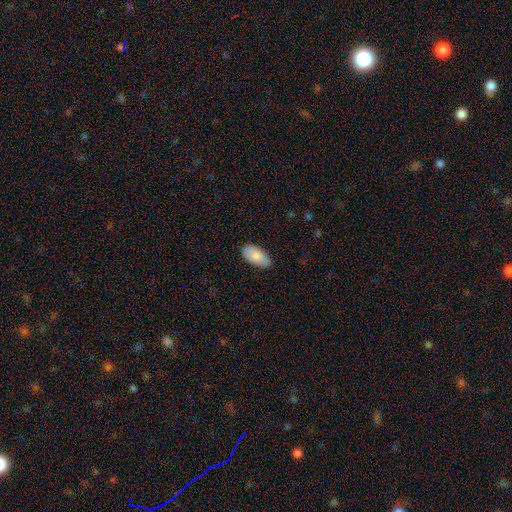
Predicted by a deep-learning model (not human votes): smooth_or_featured: smooth (p=0.81) [alt: featured or disk p=0.13]
how_rounded: in between (p=0.95) [alt: cigar-shaped p=0.03]
merging: none (p=0.78) [alt: minor disturbance p=0.18]